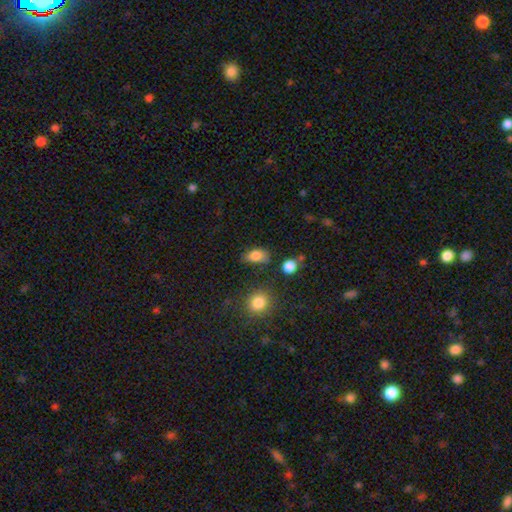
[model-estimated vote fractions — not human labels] Smooth or featured: smooth — 82% (star or artifact — 10%)
How rounded: in between — 83% (round — 14%)
Merging: none — 62% (minor disturbance — 25%)